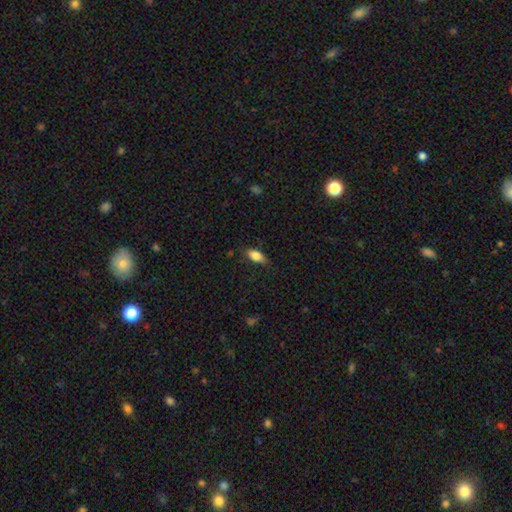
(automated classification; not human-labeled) Smooth or featured: smooth — 82% (featured or disk — 10%)
How rounded: in between — 84% (cigar-shaped — 12%)
Merging: none — 78% (minor disturbance — 17%)